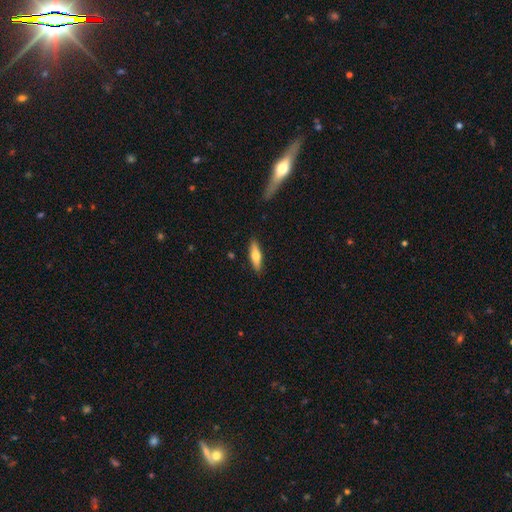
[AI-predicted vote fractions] Smooth or featured? Predicted: smooth (p=0.59). How rounded? Predicted: cigar-shaped (p=0.58). Merging? Predicted: none (p=0.88).